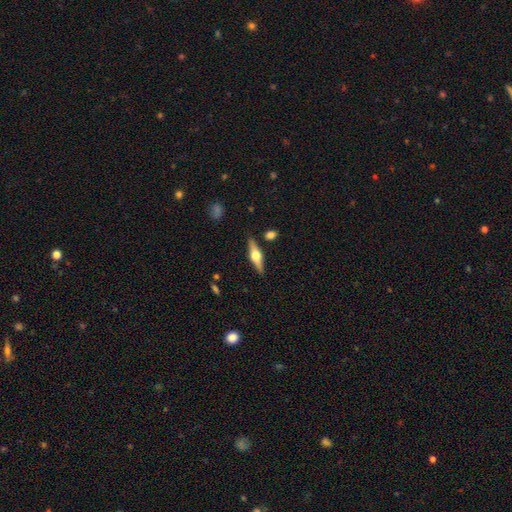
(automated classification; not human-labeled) featured or disk 67%, smooth 27%, star or artifact 6%. Down the decision tree: edge-on disk — yes (95%); edge-on bulge — rounded (94%); merging — none (87%).